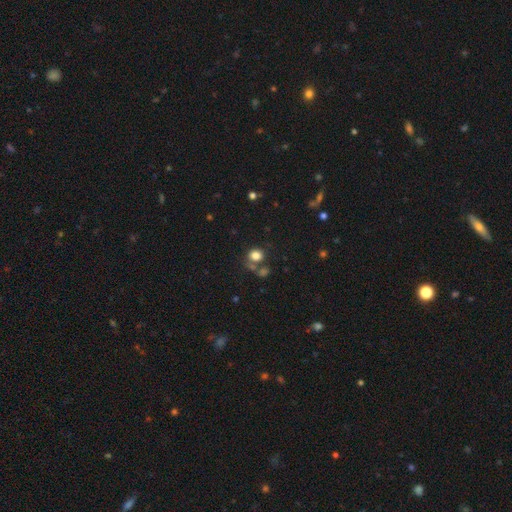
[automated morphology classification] A smooth galaxy with no disk features (80%) that is round (69%). Merging: none (56%).